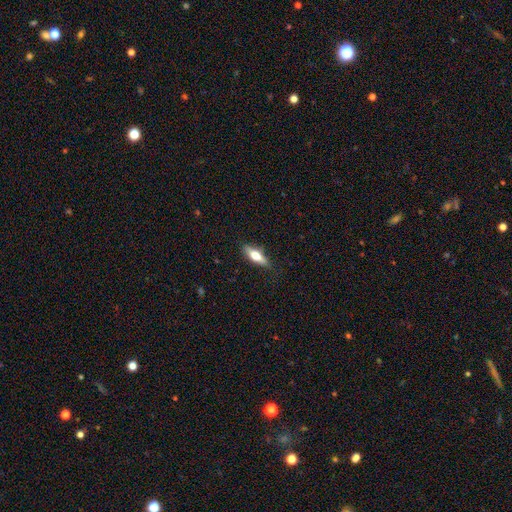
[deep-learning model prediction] A smooth galaxy with no disk features (53%) that is in between round and cigar-shaped (50%). Merging: none (84%).